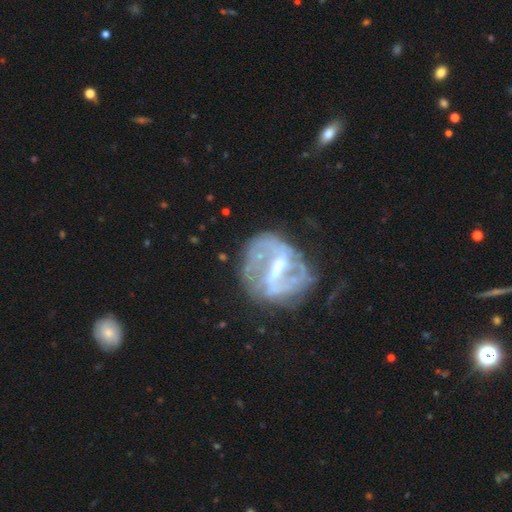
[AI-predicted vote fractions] Overall: featured or disk (82%). Edge-on disk: no (96%). Bar: strong (57%; weak 34%). Spiral arms: yes (77%). Spiral arm count: 2 (62%; can't tell 23%). Spiral winding: medium (39%; tight 31%). Bulge size: moderate (44%; small 43%). Merging: none (58%; minor disturbance 21%).